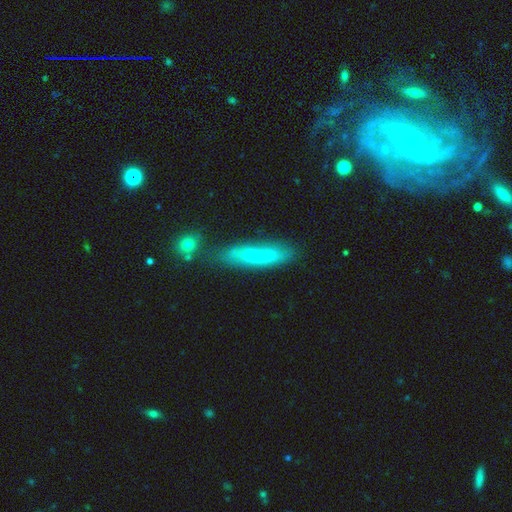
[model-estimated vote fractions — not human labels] This is possibly a smooth galaxy (52%). How rounded: likely cigar-shaped (74%). Merging: likely none (65%).